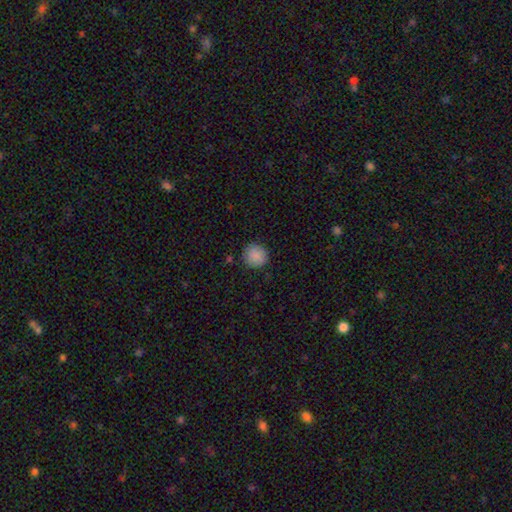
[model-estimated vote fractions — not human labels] This appears to be a smooth galaxy with no disk features (89%) that is round (93%). Merging: none (89%).